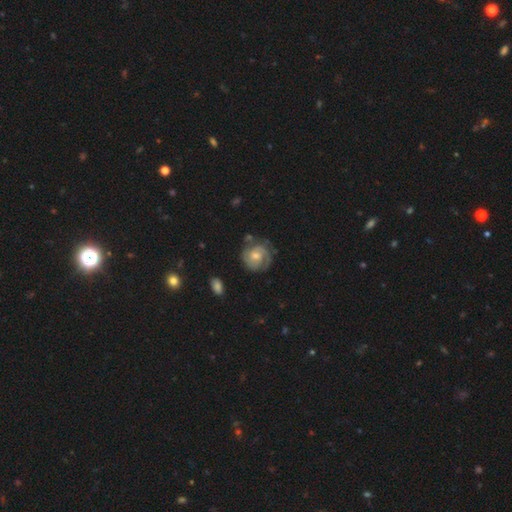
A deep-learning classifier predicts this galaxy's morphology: smooth_or_featured: featured or disk (p=0.74) [alt: smooth p=0.20]
disk_edge_on: no (p=0.98) [alt: yes p=0.02]
bar: no (p=0.62) [alt: weak p=0.33]
has_spiral_arms: yes (p=0.92) [alt: no p=0.08]
spiral_winding: tight (p=0.60) [alt: medium p=0.31]
spiral_arm_count: 2 (p=0.53) [alt: can't tell p=0.21]
bulge_size: moderate (p=0.55) [alt: small p=0.37]
merging: none (p=0.69) [alt: minor disturbance p=0.19]